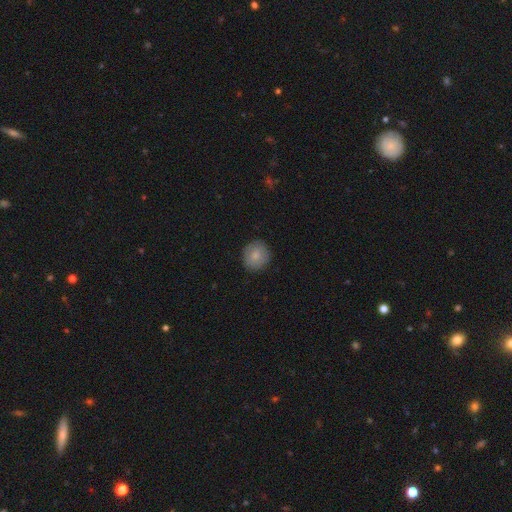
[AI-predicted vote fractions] This is clearly a smooth galaxy (82%). How rounded: clearly round (87%). Merging: clearly none (88%).